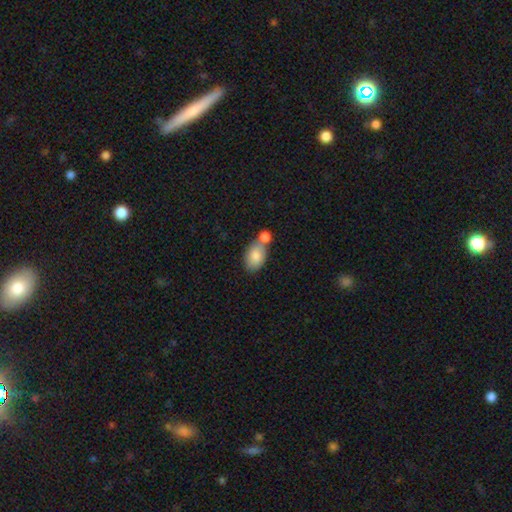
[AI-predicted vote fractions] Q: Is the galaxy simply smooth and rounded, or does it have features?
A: smooth — 82%.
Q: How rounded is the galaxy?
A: in between — 89%.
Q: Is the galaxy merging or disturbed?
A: merger — 45%.